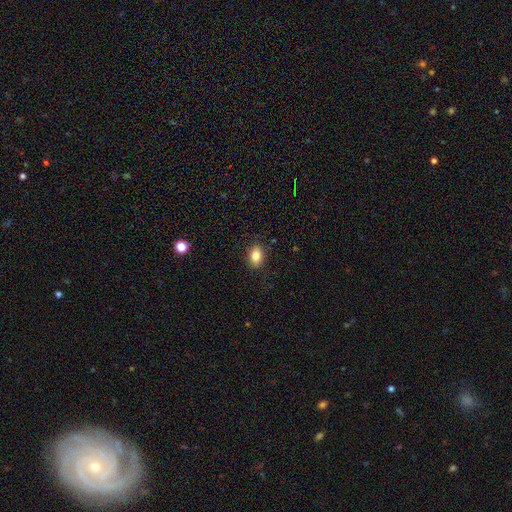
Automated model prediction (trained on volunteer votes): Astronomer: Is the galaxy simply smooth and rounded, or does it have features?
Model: smooth — 84%.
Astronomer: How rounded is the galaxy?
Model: in between — 72%.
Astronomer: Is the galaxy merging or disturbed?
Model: none — 85%.